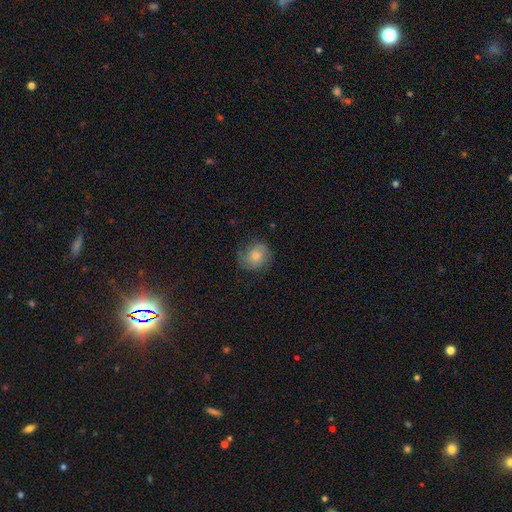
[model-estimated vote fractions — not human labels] Smooth or featured?
  - smooth: 47% *
  - featured or disk: 40%
  - star or artifact: 12%
Merging?
  - none: 72% *
  - minor disturbance: 20%
  - major disturbance: 7%
  - merger: 1%